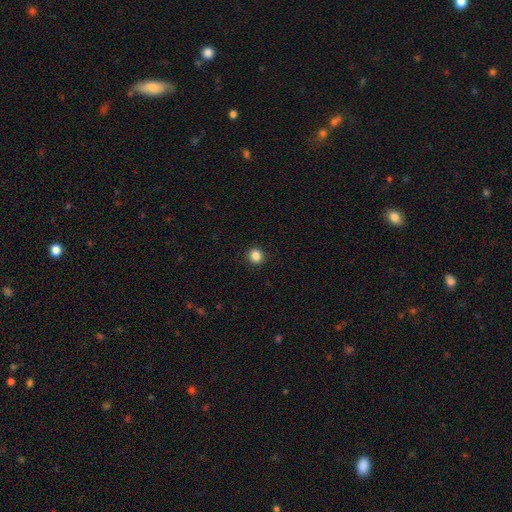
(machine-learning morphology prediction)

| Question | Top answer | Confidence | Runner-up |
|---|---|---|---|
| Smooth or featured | smooth | 85% | star or artifact (11%) |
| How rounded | round | 85% | in between (14%) |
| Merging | none | 91% | minor disturbance (6%) |